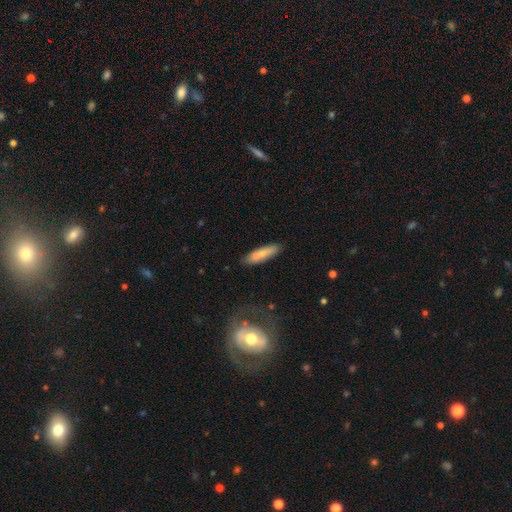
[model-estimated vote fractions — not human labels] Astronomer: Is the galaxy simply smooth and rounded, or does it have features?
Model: smooth — 64%.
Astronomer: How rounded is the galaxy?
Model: cigar-shaped — 67%.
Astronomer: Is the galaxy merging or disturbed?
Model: none — 63%.